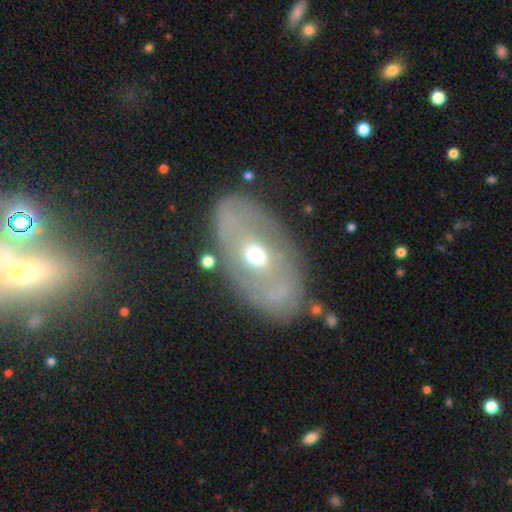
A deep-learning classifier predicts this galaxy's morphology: featured or disk 62%, smooth 31%, star or artifact 7%. Down the decision tree: edge-on disk — no (90%); bar — no (67%); spiral arms — no (65%); bulge size — moderate (70%); merging — none (75%).